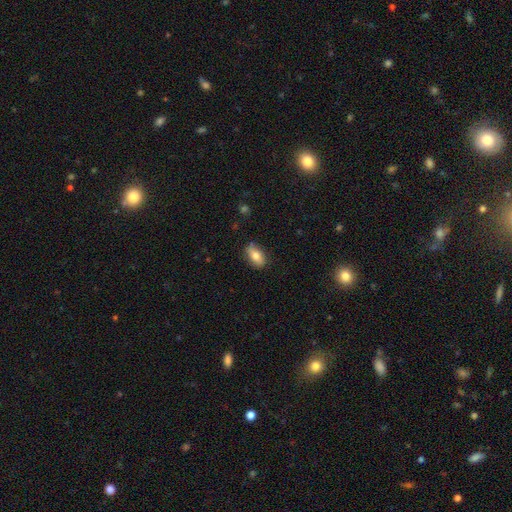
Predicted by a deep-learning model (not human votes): Overall: smooth (75%). How rounded: in between (88%). Merging: none (81%).